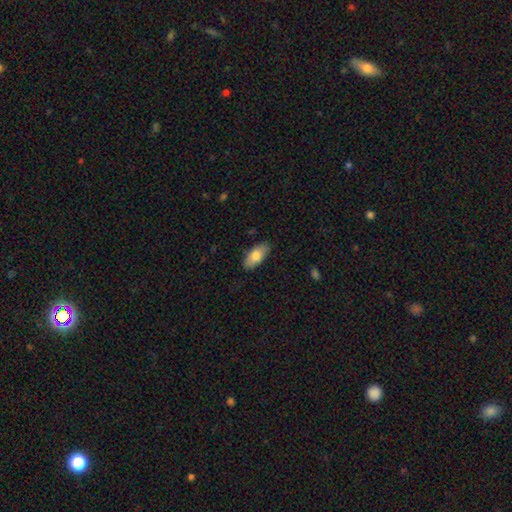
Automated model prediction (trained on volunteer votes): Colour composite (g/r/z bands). It shows a smooth galaxy with no disk features (78%) that is in between round and cigar-shaped (89%). Merging: none (86%).